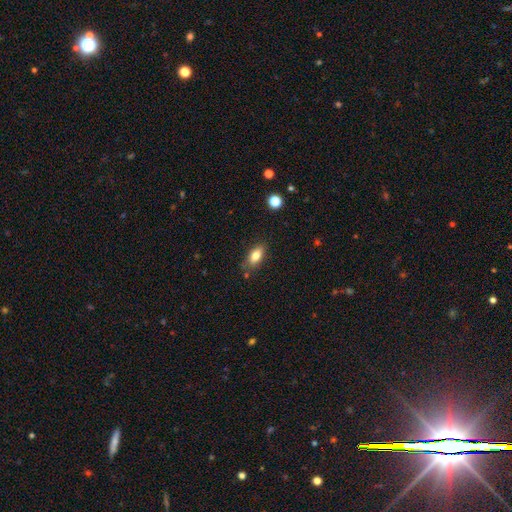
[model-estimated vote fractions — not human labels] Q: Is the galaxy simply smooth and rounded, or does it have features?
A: smooth — 81%.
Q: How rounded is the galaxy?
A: in between — 86%.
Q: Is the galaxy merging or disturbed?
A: none — 79%.